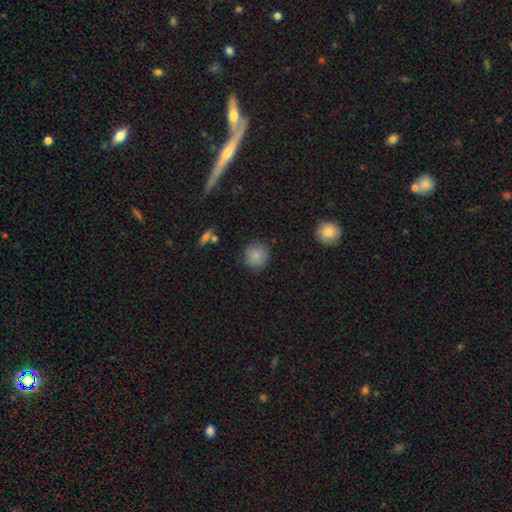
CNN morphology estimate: type=smooth (84%); roundness=round (91%); merging=none (84%).